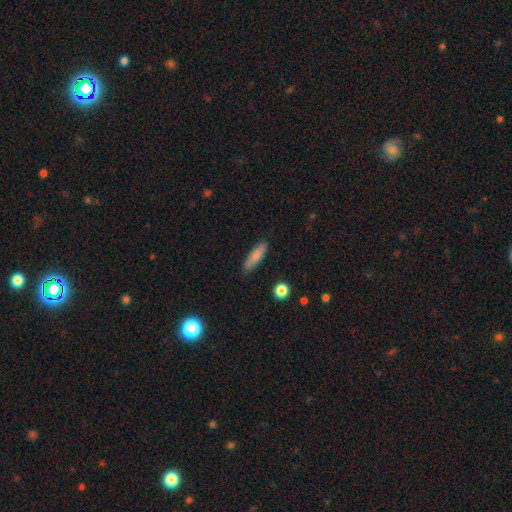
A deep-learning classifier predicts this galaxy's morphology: A smooth galaxy with no disk features (81%) that is cigar-shaped (64%).

Vote fractions:
- Smooth or featured? smooth: 81% / featured or disk: 12% / star or artifact: 7%
- How rounded? cigar-shaped: 64% / in between: 34% / round: 2%
- Merging? none: 85% / minor disturbance: 11% / major disturbance: 2% / merger: 1%